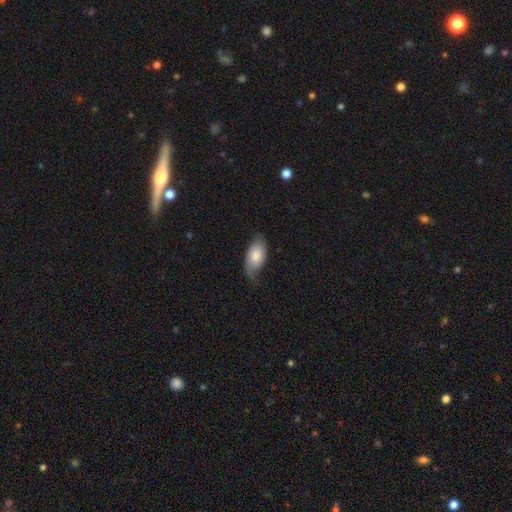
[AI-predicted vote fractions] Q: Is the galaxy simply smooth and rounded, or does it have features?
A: smooth — 72%.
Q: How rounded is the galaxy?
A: in between — 93%.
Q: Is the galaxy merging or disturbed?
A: none — 53%.